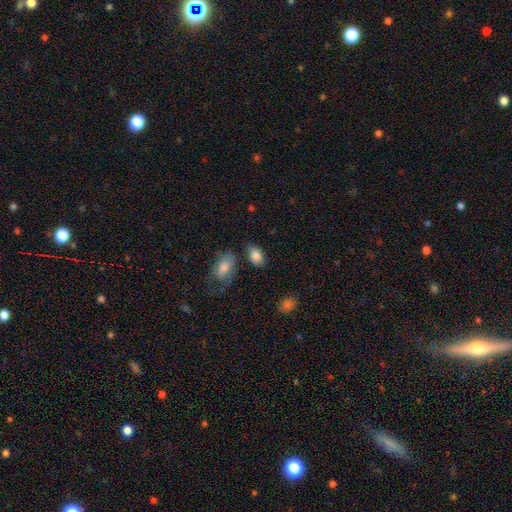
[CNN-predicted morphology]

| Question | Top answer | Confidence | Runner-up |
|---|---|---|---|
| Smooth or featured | smooth | 85% | star or artifact (8%) |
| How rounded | in between | 89% | round (9%) |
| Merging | none | 73% | minor disturbance (16%) |